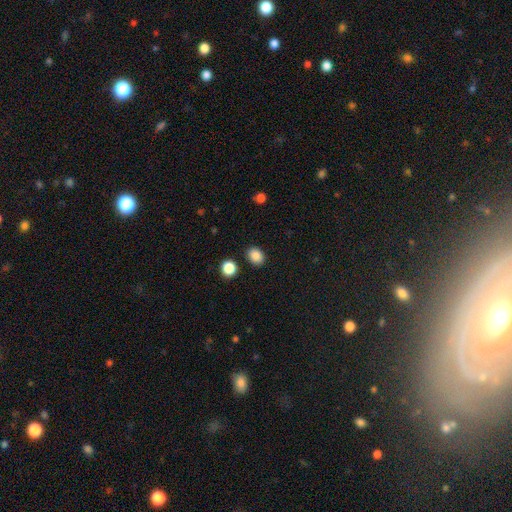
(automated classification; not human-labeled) Smooth or featured: smooth — 87% (star or artifact — 10%)
How rounded: in between — 55% (round — 44%)
Merging: none — 87% (minor disturbance — 8%)